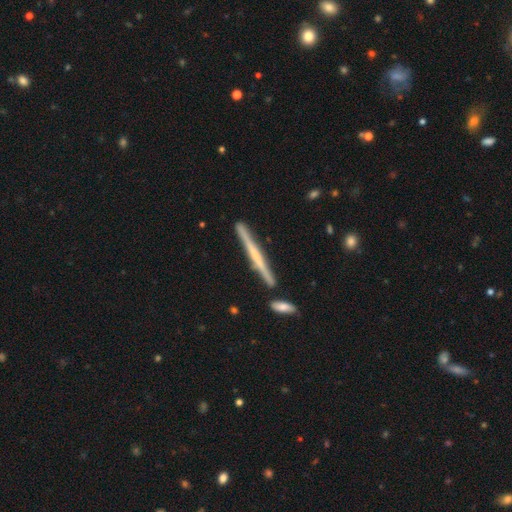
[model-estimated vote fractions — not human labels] Morphology: type=featured or disk (62%); edge-on=yes (97%); edge-on bulge=none (62%); merging=none (84%).